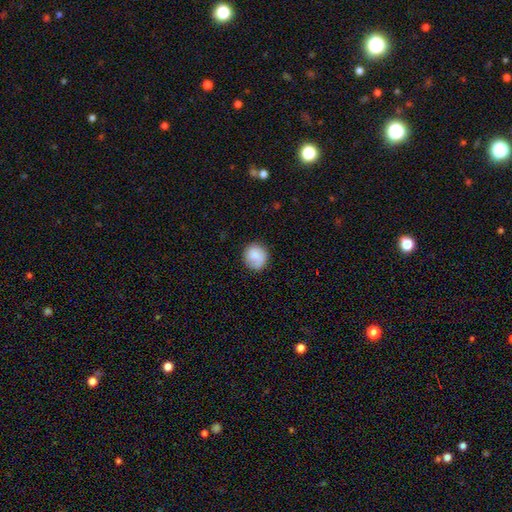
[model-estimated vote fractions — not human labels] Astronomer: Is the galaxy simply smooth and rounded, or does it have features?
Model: smooth — 80%.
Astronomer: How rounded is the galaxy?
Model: round — 86%.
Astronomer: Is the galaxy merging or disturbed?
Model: none — 79%.